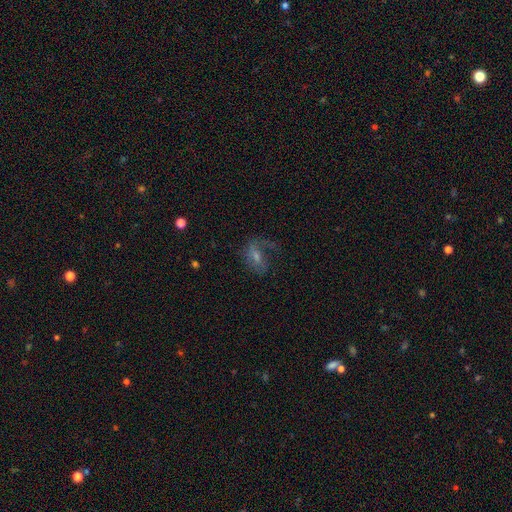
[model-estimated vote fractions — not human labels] Q: Smooth or featured?
A: featured or disk (62%); runner-up: smooth (23%)
Q: Edge-on disk?
A: no (95%); runner-up: yes (5%)
Q: Bar?
A: weak (44%); runner-up: no (41%)
Q: Spiral arms?
A: yes (82%); runner-up: no (18%)
Q: Bulge size?
A: small (46%); runner-up: moderate (39%)
Q: Merging?
A: none (51%); runner-up: major disturbance (28%)